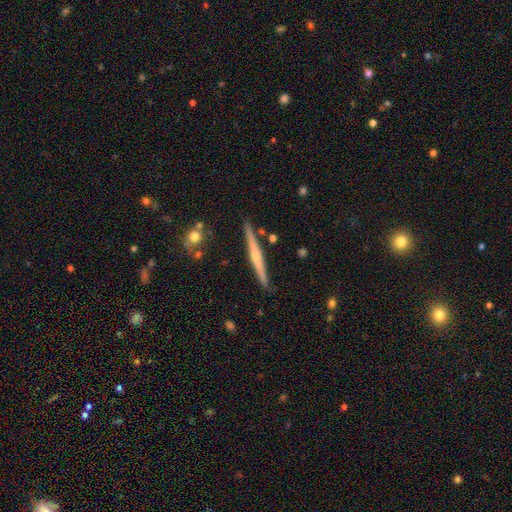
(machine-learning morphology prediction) This is likely a featured or disk galaxy (71%). It is clearly viewed edge-on (98%). Edge-on bulge: likely rounded (69%). Merging: clearly none (89%).